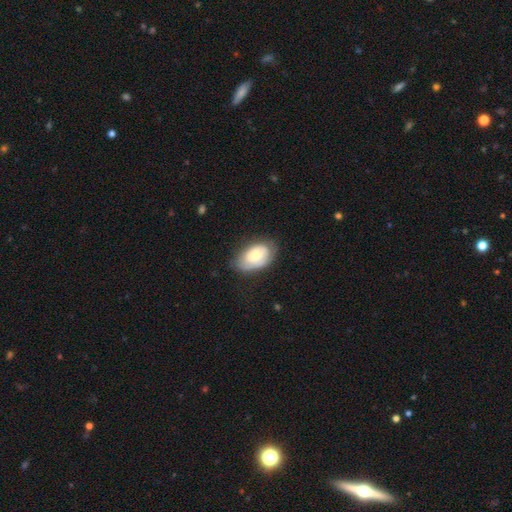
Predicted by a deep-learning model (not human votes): Q: Smooth or featured?
A: smooth (60%); runner-up: featured or disk (34%)
Q: How rounded?
A: in between (90%); runner-up: round (8%)
Q: Merging?
A: none (65%); runner-up: minor disturbance (26%)